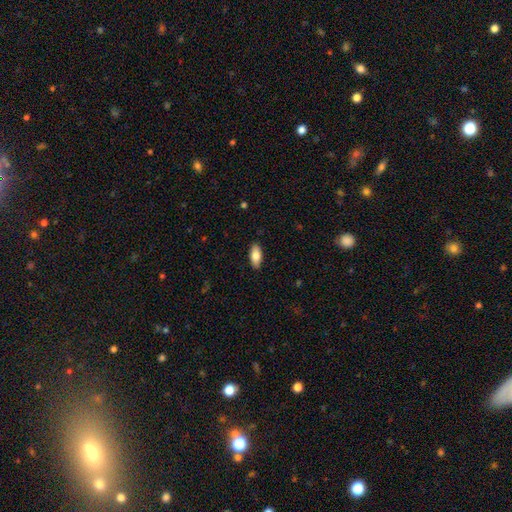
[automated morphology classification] A smooth galaxy with no disk features (81%) that is in between round and cigar-shaped (88%).

Vote fractions:
- Smooth or featured? smooth: 81% / featured or disk: 13% / star or artifact: 6%
- How rounded? in between: 88% / cigar-shaped: 10% / round: 2%
- Merging? none: 89% / minor disturbance: 9% / major disturbance: 2% / merger: 1%